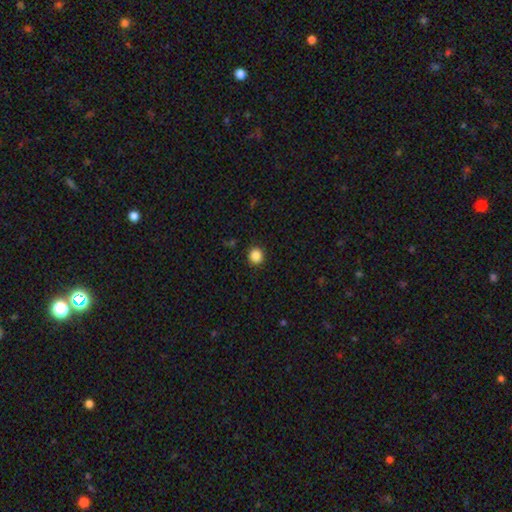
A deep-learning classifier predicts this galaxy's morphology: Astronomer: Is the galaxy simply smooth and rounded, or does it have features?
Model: smooth — 87%.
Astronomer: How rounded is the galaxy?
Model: round — 89%.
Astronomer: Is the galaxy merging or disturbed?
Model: none — 91%.